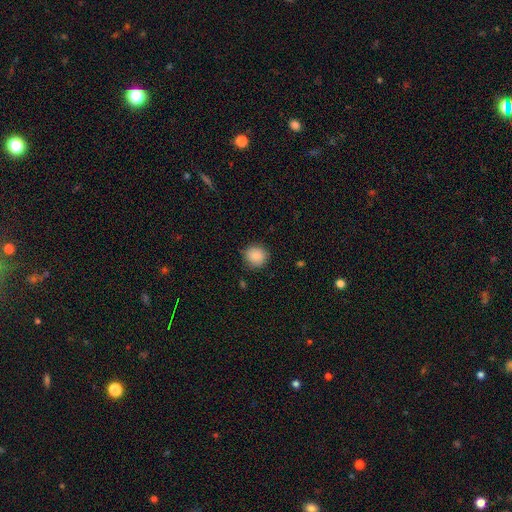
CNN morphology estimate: Smooth or featured?
  - smooth: 88% *
  - star or artifact: 8%
  - featured or disk: 4%
How rounded?
  - round: 90% *
  - in between: 9%
  - cigar-shaped: 1%
Merging?
  - none: 86% *
  - minor disturbance: 10%
  - major disturbance: 3%
  - merger: 1%